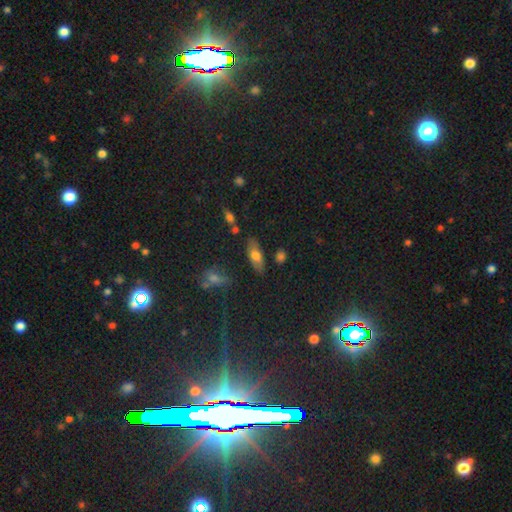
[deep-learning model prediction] A smooth galaxy with no disk features (67%) that is in between round and cigar-shaped (79%).

Vote fractions:
- Smooth or featured? smooth: 67% / featured or disk: 24% / star or artifact: 9%
- How rounded? in between: 79% / cigar-shaped: 17% / round: 4%
- Merging? none: 79% / minor disturbance: 13% / merger: 4% / major disturbance: 3%